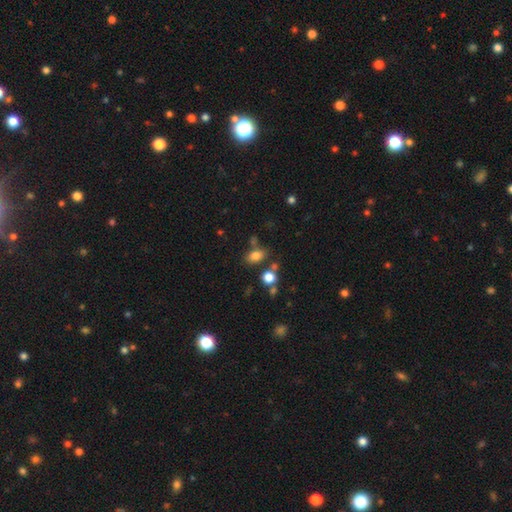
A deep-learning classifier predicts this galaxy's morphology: Smooth or featured: smooth — 80% (star or artifact — 12%)
How rounded: in between — 81% (round — 17%)
Merging: none — 69% (minor disturbance — 13%)